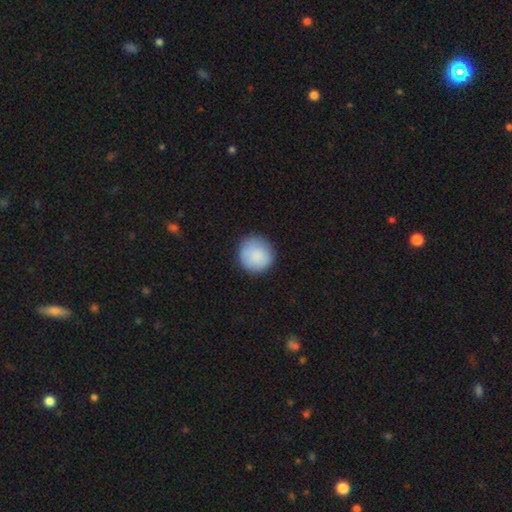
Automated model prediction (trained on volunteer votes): This appears to be a smooth galaxy with no disk features (88%) that is round (93%). Merging: none (87%).